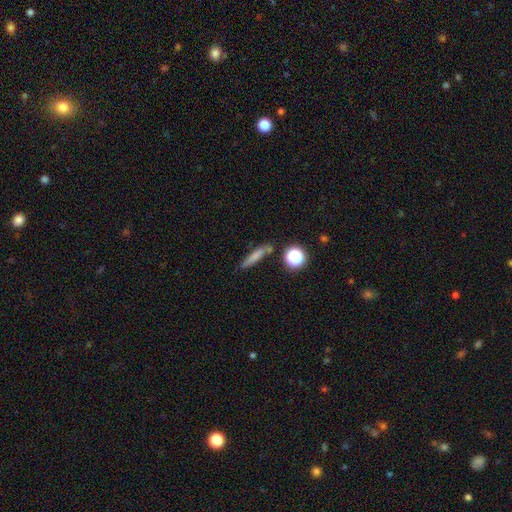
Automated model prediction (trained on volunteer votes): This appears to be a smooth galaxy with no disk features (70%) that is cigar-shaped (81%). Merging: none (78%).